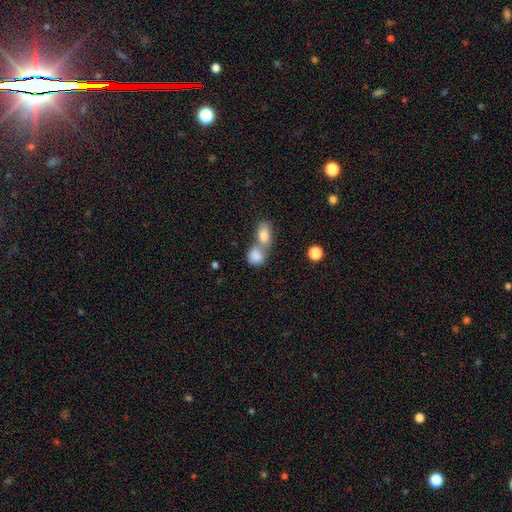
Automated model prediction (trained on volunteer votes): Smooth or featured: smooth — 83% (featured or disk — 9%)
How rounded: round — 51% (in between — 47%)
Merging: merger — 65% (none — 24%)